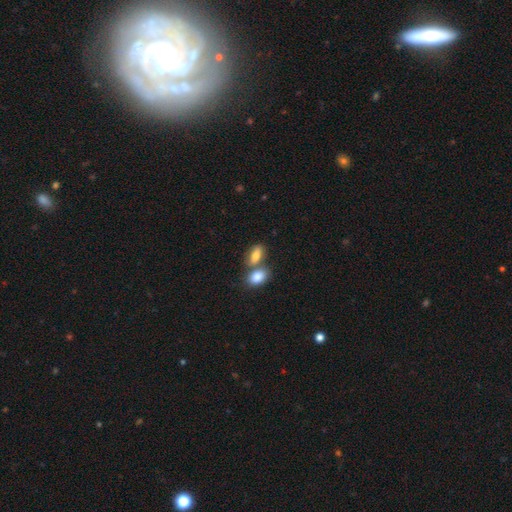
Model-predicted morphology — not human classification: smooth 80%, featured or disk 12%, star or artifact 7%. Down the decision tree: how rounded — in between (88%); merging — merger (46%).